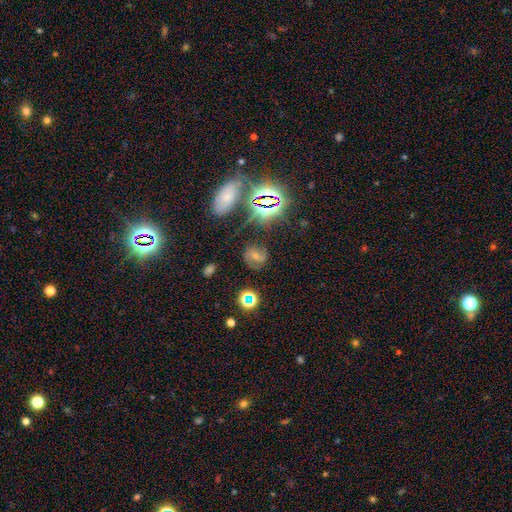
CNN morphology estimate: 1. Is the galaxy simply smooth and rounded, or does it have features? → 45% featured or disk, 29% smooth, 27% star or artifact.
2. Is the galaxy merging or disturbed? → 71% none, 17% minor disturbance, 9% major disturbance, 3% merger.